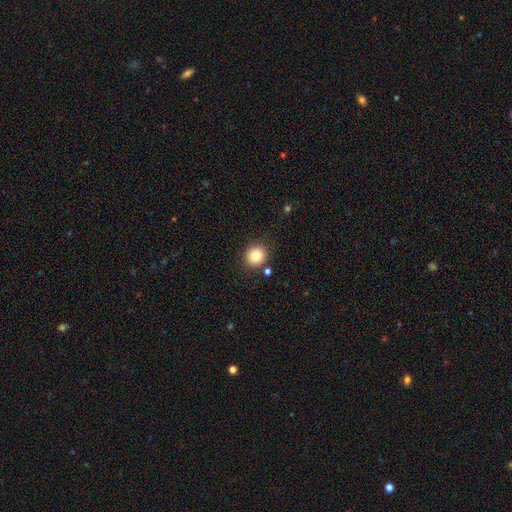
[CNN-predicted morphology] Smooth or featured?
  - smooth: 84% *
  - star or artifact: 10%
  - featured or disk: 6%
How rounded?
  - round: 85% *
  - in between: 14%
  - cigar-shaped: 1%
Merging?
  - none: 83% *
  - minor disturbance: 9%
  - merger: 5%
  - major disturbance: 3%